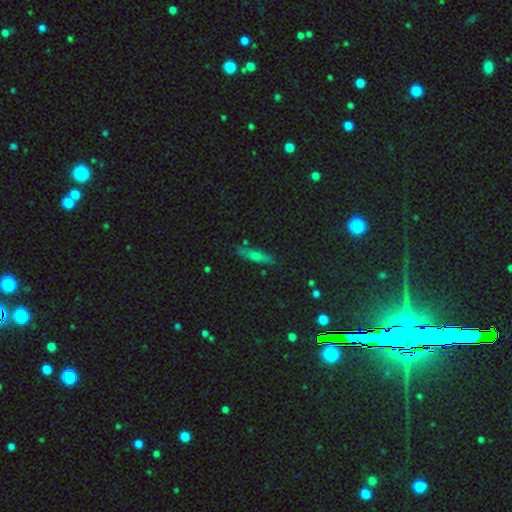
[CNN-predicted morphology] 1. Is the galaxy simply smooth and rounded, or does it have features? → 47% smooth, 36% featured or disk, 17% star or artifact.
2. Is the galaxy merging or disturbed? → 85% none, 11% minor disturbance, 3% major disturbance, 2% merger.